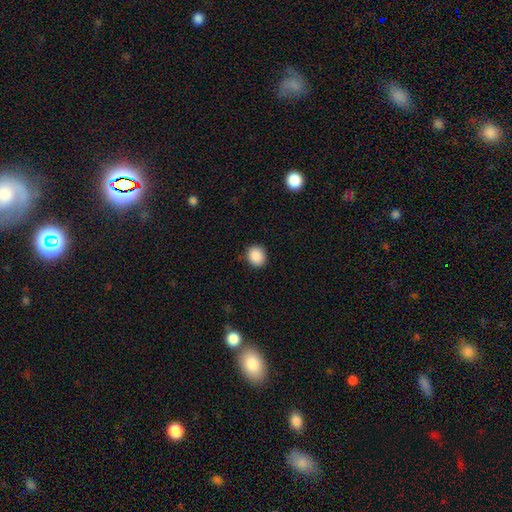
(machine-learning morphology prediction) Smooth or featured? smooth (89%)
How rounded? round (79%)
Merging? none (88%)